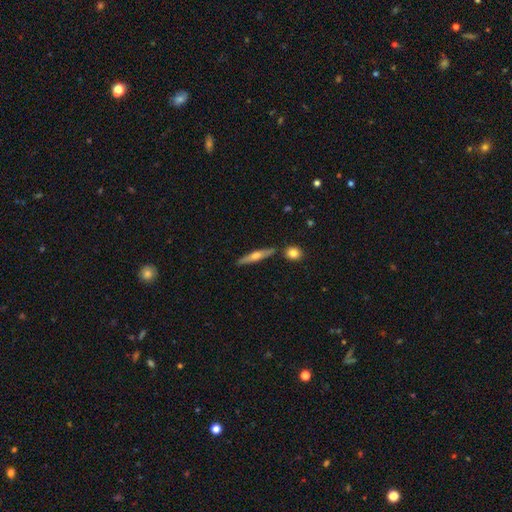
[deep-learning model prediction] Smooth or featured? featured or disk (49%)
Merging? none (83%)